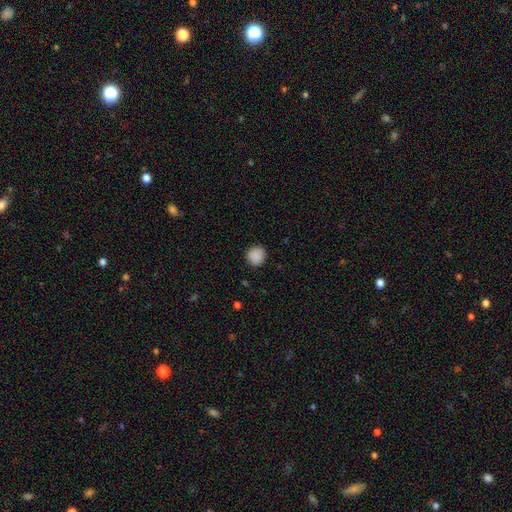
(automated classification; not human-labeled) Smooth or featured? Predicted: smooth (p=0.89). How rounded? Predicted: round (p=0.90). Merging? Predicted: none (p=0.88).